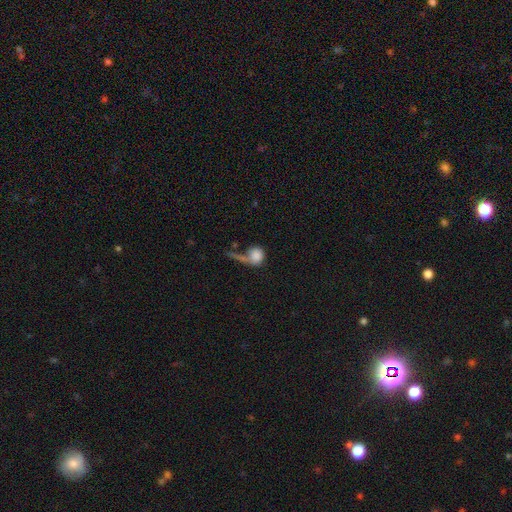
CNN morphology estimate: Smooth or featured? Predicted: smooth (p=0.77). How rounded? Predicted: round (p=0.77). Merging? Predicted: none (p=0.32).